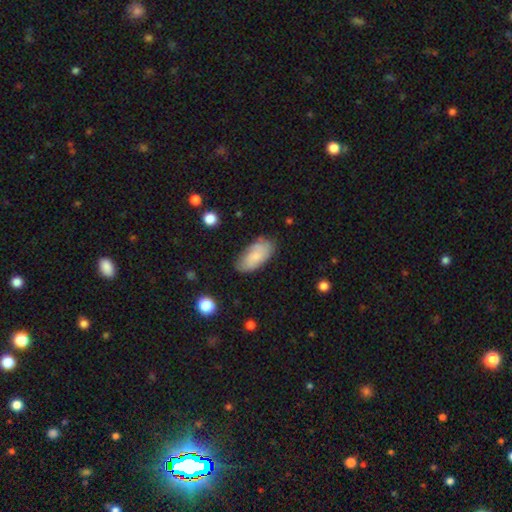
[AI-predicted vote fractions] A smooth galaxy with no disk features (71%) that is in between round and cigar-shaped (92%).

Vote fractions:
- Smooth or featured? smooth: 71% / featured or disk: 23% / star or artifact: 6%
- How rounded? in between: 92% / cigar-shaped: 5% / round: 2%
- Merging? none: 72% / minor disturbance: 21% / major disturbance: 4% / merger: 2%